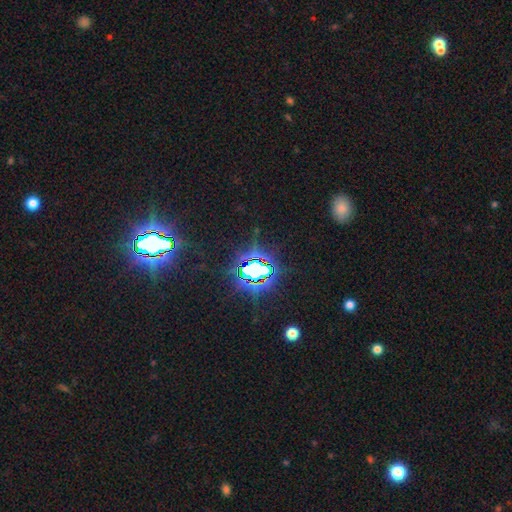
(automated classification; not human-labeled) A star or artifact, not a galaxy (80%).